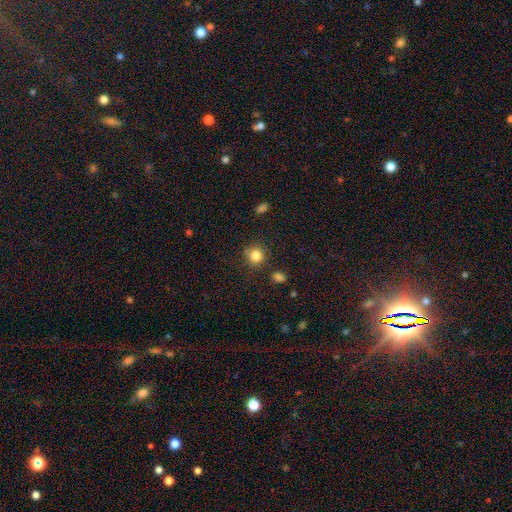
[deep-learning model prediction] Morphology: type=smooth (84%); roundness=round (88%); merging=none (80%).